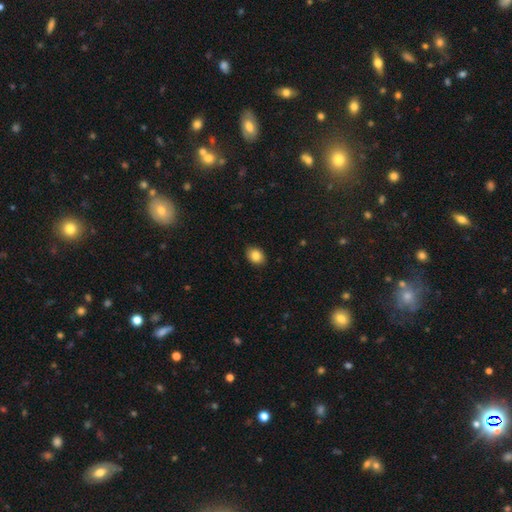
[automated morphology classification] The model was most divided on "how rounded": in between: 65%, round: 34%, cigar-shaped: 1%. More confident: merging — none (89%); smooth or featured — smooth (85%).